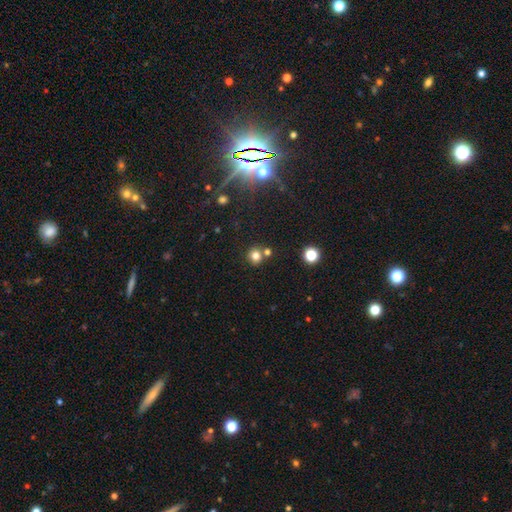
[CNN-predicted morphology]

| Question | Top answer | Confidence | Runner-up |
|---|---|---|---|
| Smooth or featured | smooth | 78% | star or artifact (15%) |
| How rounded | round | 89% | in between (10%) |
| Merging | none | 71% | merger (19%) |